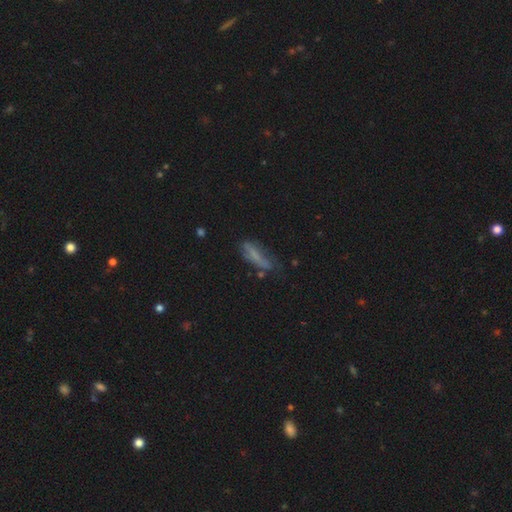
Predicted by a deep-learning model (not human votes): Q: Smooth or featured?
A: smooth (58%); runner-up: featured or disk (30%)
Q: How rounded?
A: cigar-shaped (62%); runner-up: in between (36%)
Q: Merging?
A: none (43%); runner-up: minor disturbance (31%)